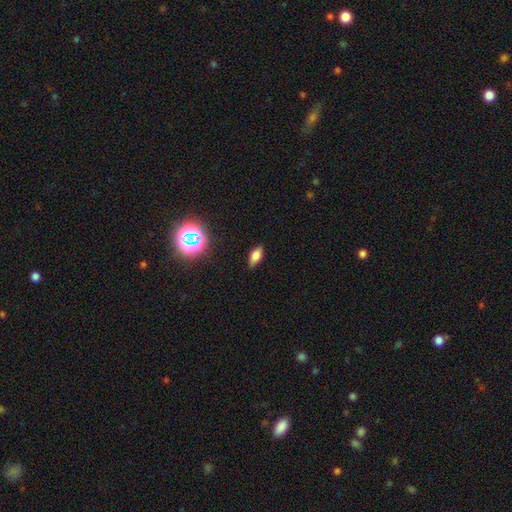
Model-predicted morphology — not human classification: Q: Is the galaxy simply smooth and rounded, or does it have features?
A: smooth — 70%.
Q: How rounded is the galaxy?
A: in between — 82%.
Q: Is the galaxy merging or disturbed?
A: none — 84%.